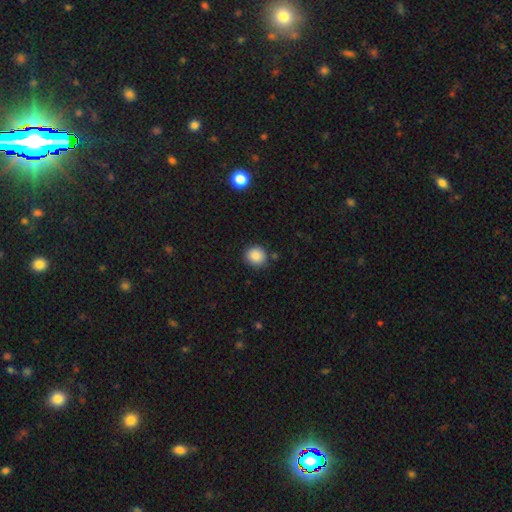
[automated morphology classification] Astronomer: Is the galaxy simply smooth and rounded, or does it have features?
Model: smooth — 88%.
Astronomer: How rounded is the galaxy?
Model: round — 88%.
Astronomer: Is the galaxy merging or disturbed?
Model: none — 86%.